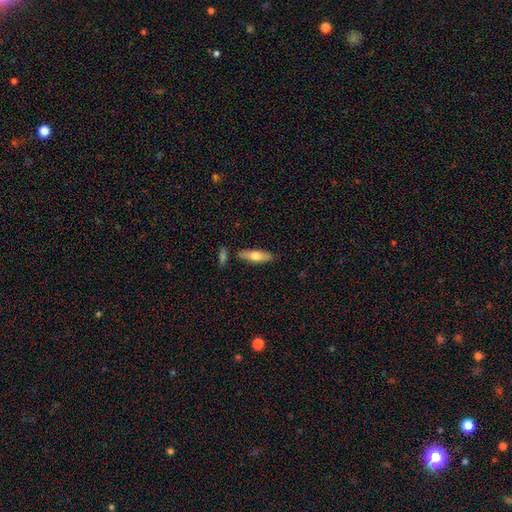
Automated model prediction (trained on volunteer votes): Overall: smooth (63%; featured or disk 31%). How rounded: cigar-shaped (57%; in between 41%). Merging: none (81%).